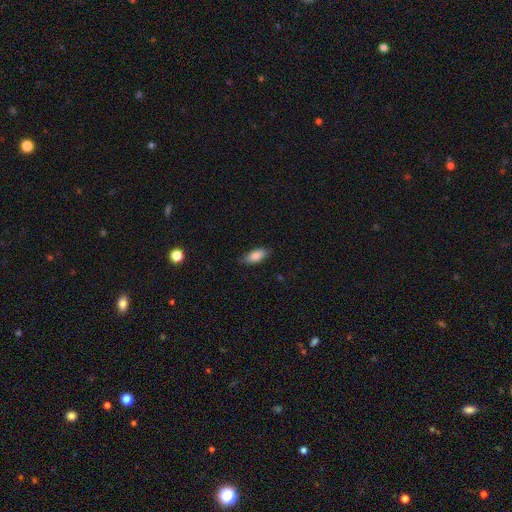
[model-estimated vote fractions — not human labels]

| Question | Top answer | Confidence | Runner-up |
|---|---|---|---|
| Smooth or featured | smooth | 83% | featured or disk (10%) |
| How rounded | in between | 86% | cigar-shaped (11%) |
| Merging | none | 76% | minor disturbance (20%) |